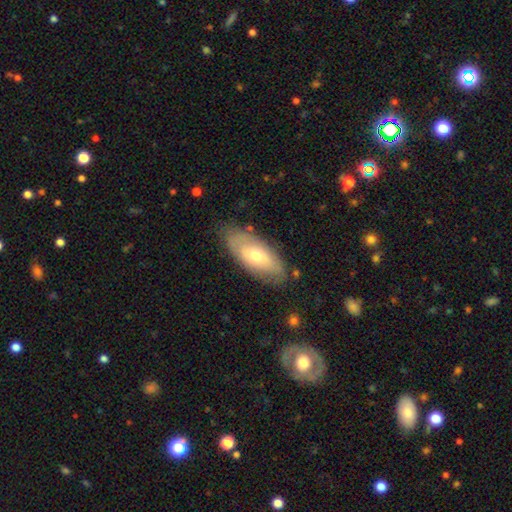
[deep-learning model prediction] A smooth galaxy with no disk features (56%) that is in between round and cigar-shaped (86%).

Vote fractions:
- Smooth or featured? smooth: 56% / featured or disk: 38% / star or artifact: 6%
- How rounded? in between: 86% / cigar-shaped: 11% / round: 3%
- Merging? none: 77% / minor disturbance: 17% / major disturbance: 4% / merger: 2%